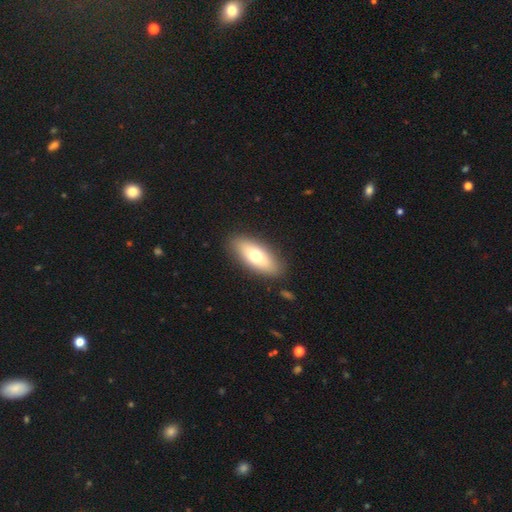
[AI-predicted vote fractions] Smooth or featured? Predicted: smooth (p=0.67). How rounded? Predicted: in between (p=0.74). Merging? Predicted: none (p=0.87).